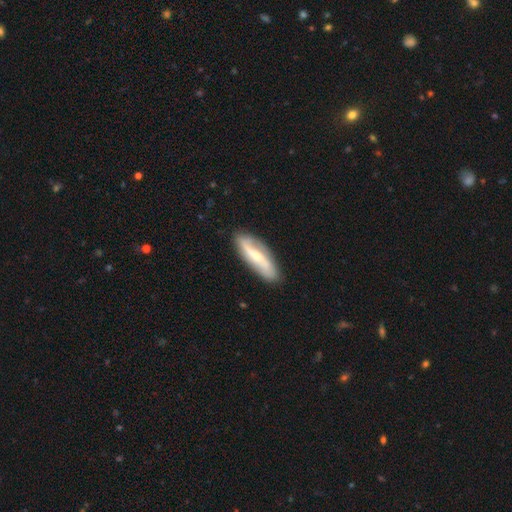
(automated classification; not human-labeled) This appears to be a featured or disk galaxy (65%) with a weak bar (41%), spiral arms (84%) and a small central bulge (49%). Merging: none (84%).